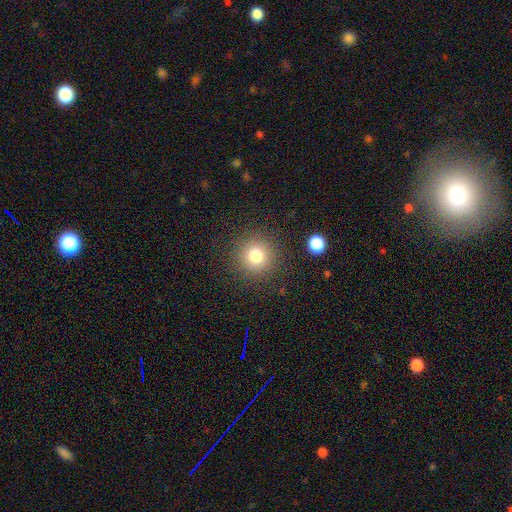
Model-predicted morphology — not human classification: smooth_or_featured: smooth (p=0.78) [alt: star or artifact p=0.14]
how_rounded: round (p=0.94) [alt: in between p=0.05]
merging: none (p=0.88) [alt: minor disturbance p=0.07]